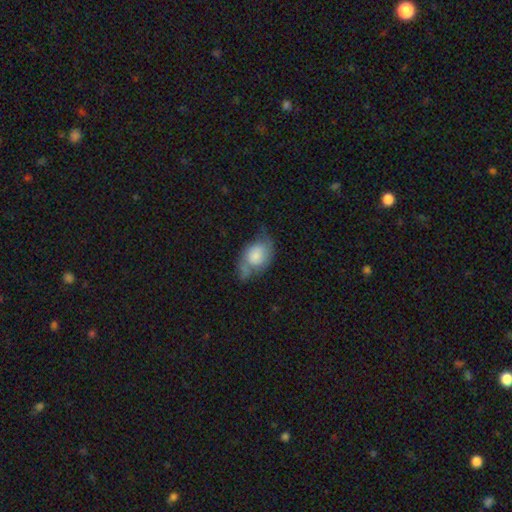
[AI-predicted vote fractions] This appears to be a smooth galaxy with no disk features (59%) that is in between round and cigar-shaped (78%). Merging: none (36%).